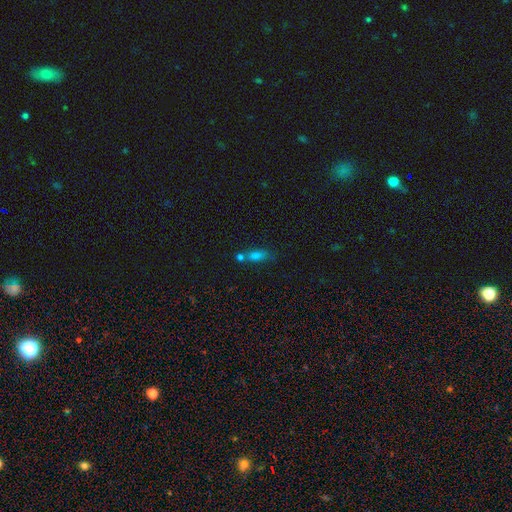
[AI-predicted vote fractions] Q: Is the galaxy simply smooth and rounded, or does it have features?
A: smooth — 72%.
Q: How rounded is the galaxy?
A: in between — 67%.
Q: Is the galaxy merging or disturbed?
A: merger — 41%.